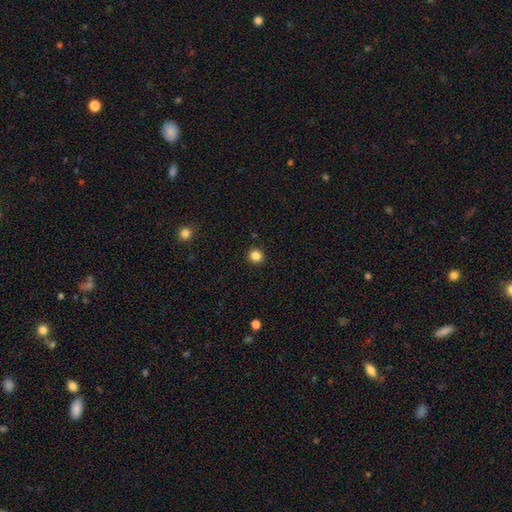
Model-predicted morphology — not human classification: smooth 84%, star or artifact 12%, featured or disk 4%. Down the decision tree: how rounded — round (85%); merging — none (92%).